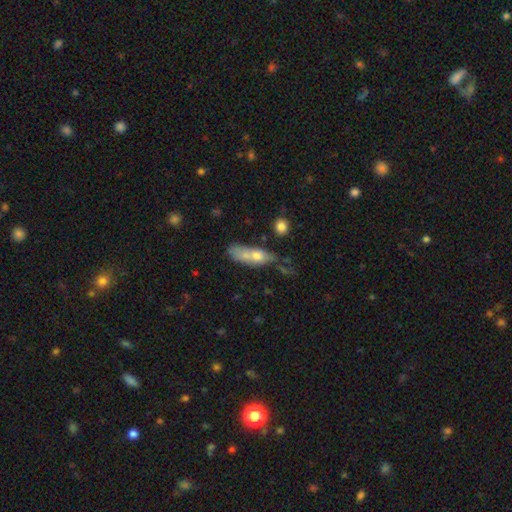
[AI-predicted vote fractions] Smooth or featured? smooth (63%)
How rounded? in between (60%)
Merging? merger (38%)